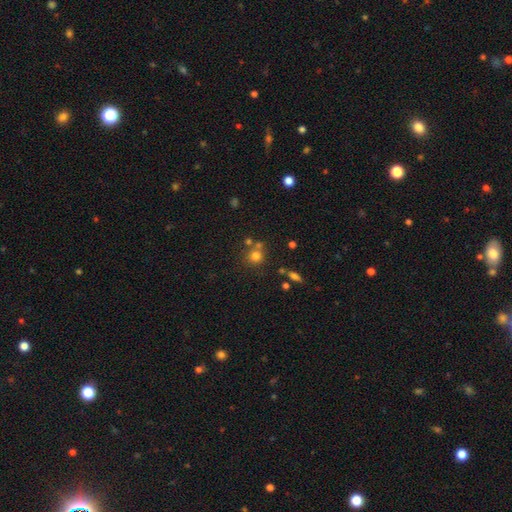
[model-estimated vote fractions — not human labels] This appears to be a smooth galaxy with no disk features (74%) that is round (87%). Merging: none (59%).